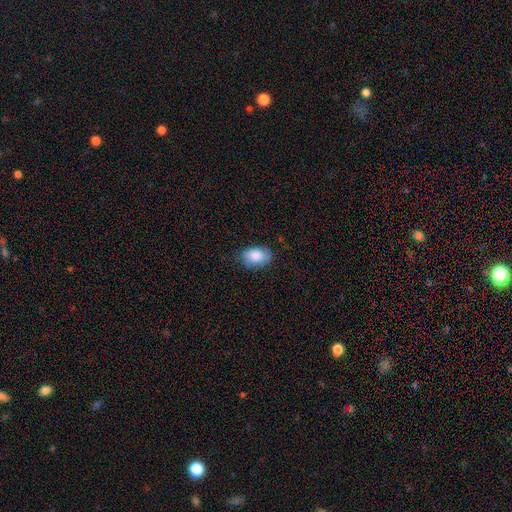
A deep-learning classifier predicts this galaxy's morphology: smooth_or_featured: smooth (p=0.86) [alt: featured or disk p=0.08]
how_rounded: in between (p=0.89) [alt: round p=0.10]
merging: none (p=0.75) [alt: minor disturbance p=0.20]